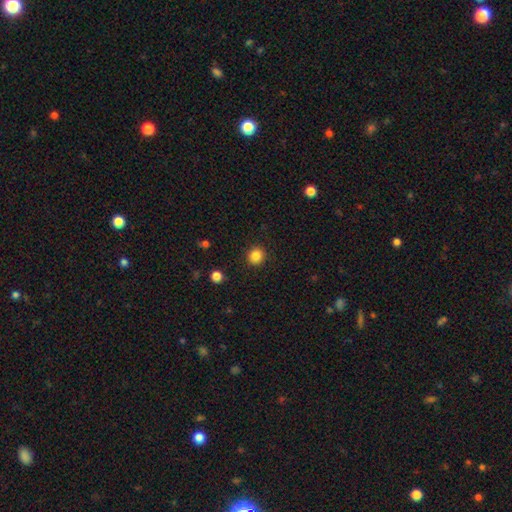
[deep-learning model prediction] Smooth or featured? Predicted: smooth (p=0.85). How rounded? Predicted: round (p=0.93). Merging? Predicted: none (p=0.91).